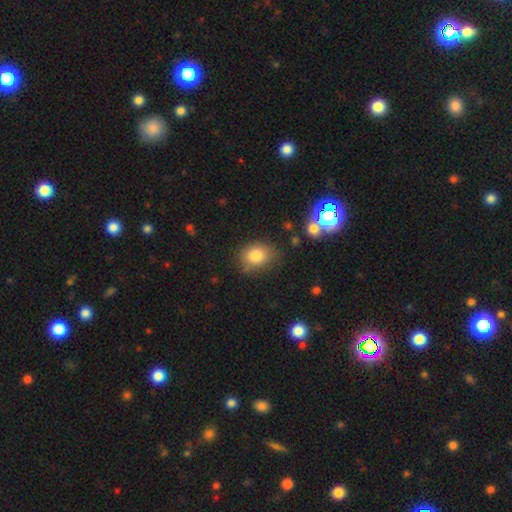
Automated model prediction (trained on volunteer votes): This is clearly a smooth galaxy (81%). How rounded: possibly in between (58%). Merging: likely none (72%).